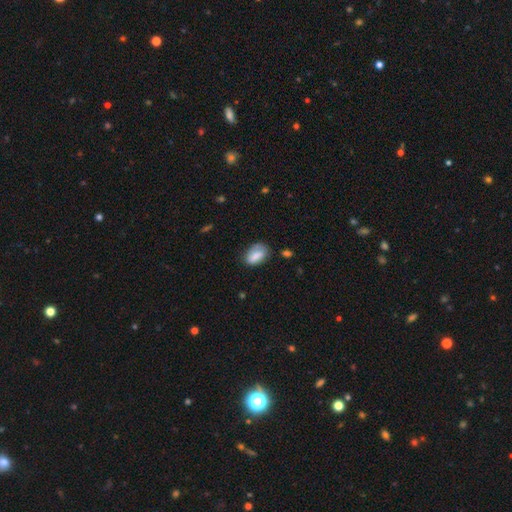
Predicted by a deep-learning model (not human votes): Smooth or featured?
  - smooth: 79% *
  - featured or disk: 14%
  - star or artifact: 7%
How rounded?
  - in between: 89% *
  - round: 9%
  - cigar-shaped: 2%
Merging?
  - none: 61% *
  - minor disturbance: 28%
  - major disturbance: 8%
  - merger: 3%